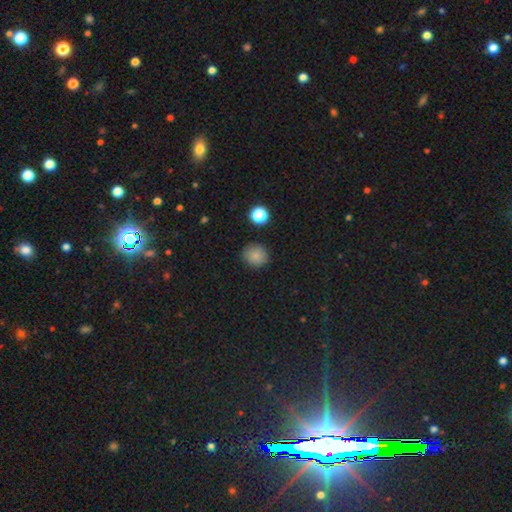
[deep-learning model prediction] smooth 82%, star or artifact 13%, featured or disk 6%. Down the decision tree: how rounded — round (88%); merging — none (87%).